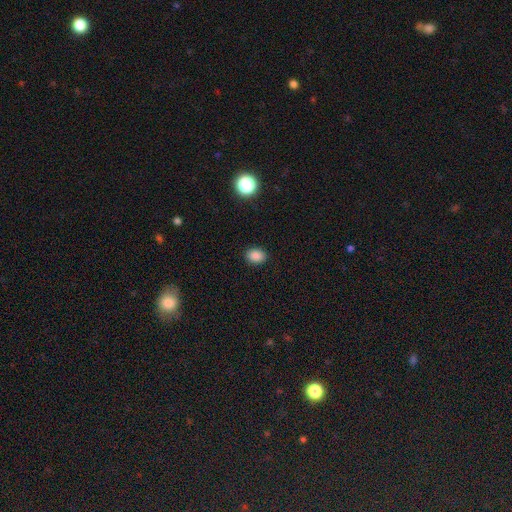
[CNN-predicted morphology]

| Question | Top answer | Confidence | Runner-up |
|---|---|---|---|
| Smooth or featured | smooth | 86% | star or artifact (11%) |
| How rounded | in between | 63% | round (36%) |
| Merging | none | 89% | minor disturbance (7%) |